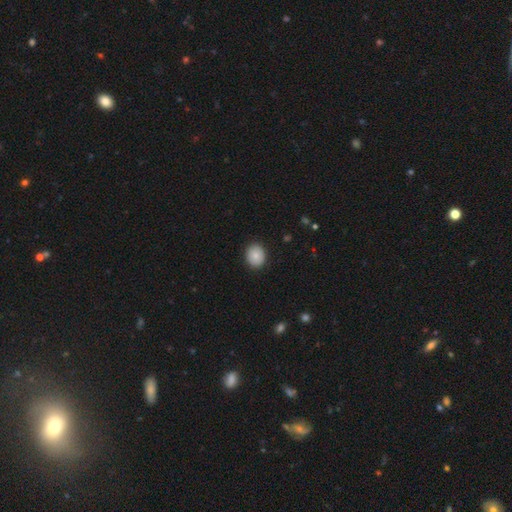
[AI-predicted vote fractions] Q: Smooth or featured?
A: smooth (83%); runner-up: featured or disk (9%)
Q: How rounded?
A: round (67%); runner-up: in between (32%)
Q: Merging?
A: none (89%); runner-up: minor disturbance (8%)